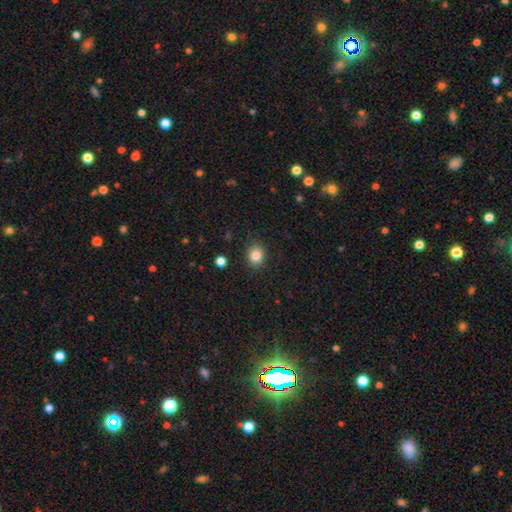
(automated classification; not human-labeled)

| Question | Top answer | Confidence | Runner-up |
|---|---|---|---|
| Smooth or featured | smooth | 84% | star or artifact (10%) |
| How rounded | round | 59% | in between (40%) |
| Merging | none | 88% | minor disturbance (8%) |